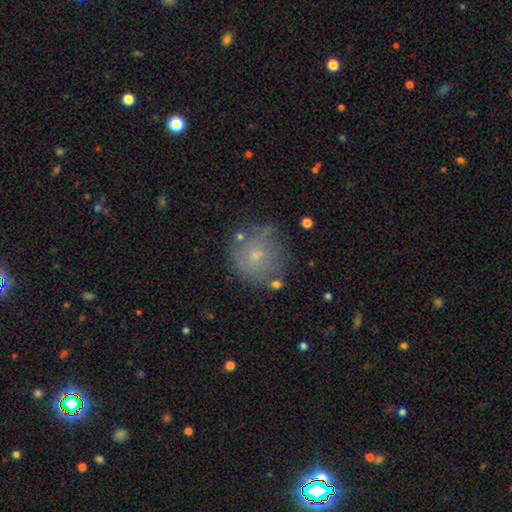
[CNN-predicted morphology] smooth 58%, featured or disk 29%, star or artifact 13%. Down the decision tree: how rounded — round (88%); merging — none (68%).